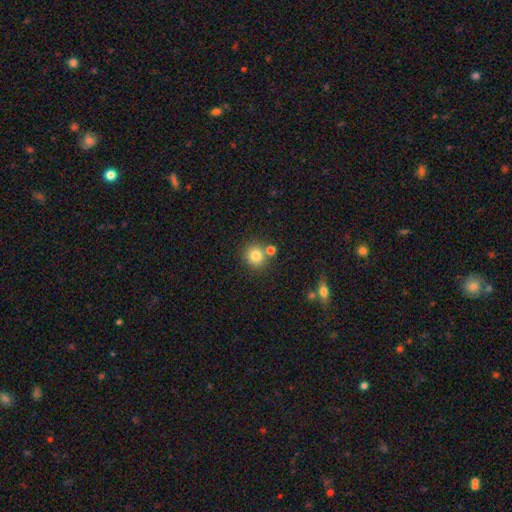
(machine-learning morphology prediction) smooth-or-featured: smooth: 81% | star or artifact: 12% | featured or disk: 8%
  how-rounded: round: 90% | in between: 9% | cigar-shaped: 1%
  merging: none: 73% | merger: 15% | minor disturbance: 9% | major disturbance: 3%